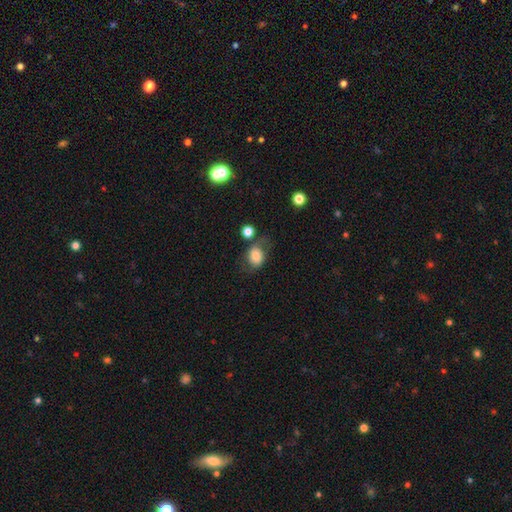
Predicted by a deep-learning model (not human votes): Smooth or featured? smooth (72%)
How rounded? in between (54%)
Merging? none (49%)